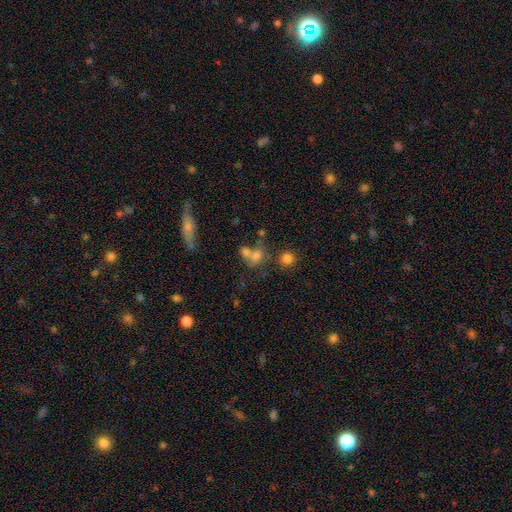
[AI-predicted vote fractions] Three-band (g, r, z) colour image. It shows a smooth galaxy with no disk features (68%) that is round (57%). Merging: merger (49%).